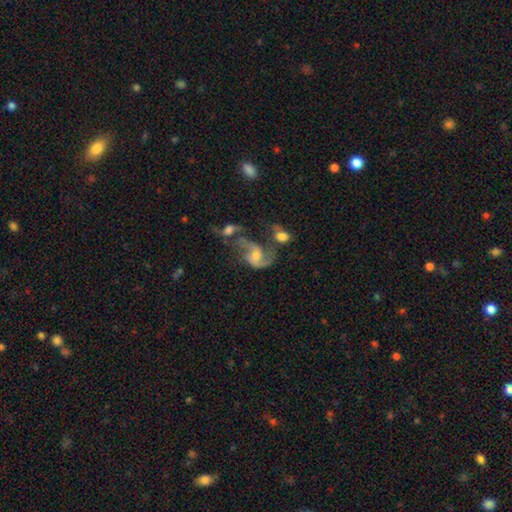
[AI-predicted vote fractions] smooth-or-featured: featured or disk: 79% | smooth: 12% | star or artifact: 9%
  disk-edge-on: no: 97% | yes: 3%
    bar: no: 51% | weak: 39% | strong: 9%
    has-spiral-arms: yes: 91% | no: 9%
      spiral-winding: loose: 56% | medium: 36% | tight: 8%
      spiral-arm-count: 2: 79% | 1: 8% | can't tell: 6% | 3: 3% | 4: 1% | more than 4: 1%
    bulge-size: moderate: 52% | small: 34% | none: 6% | large: 6% | dominant: 1%
  merging: merger: 43% | none: 25% | major disturbance: 19% | minor disturbance: 12%